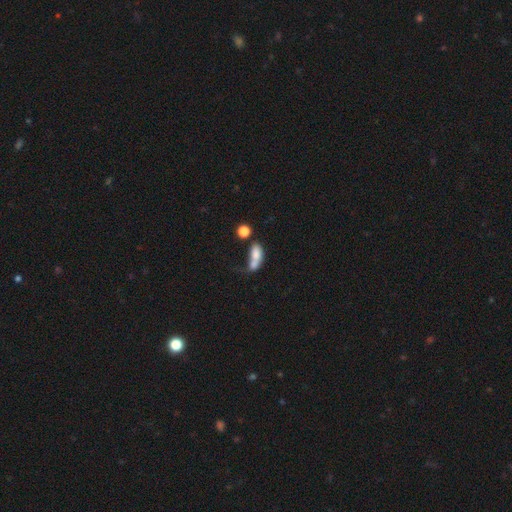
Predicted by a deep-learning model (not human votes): smooth_or_featured: smooth (p=0.72) [alt: featured or disk p=0.18]
how_rounded: in between (p=0.79) [alt: round p=0.11]
merging: merger (p=0.55) [alt: none p=0.18]